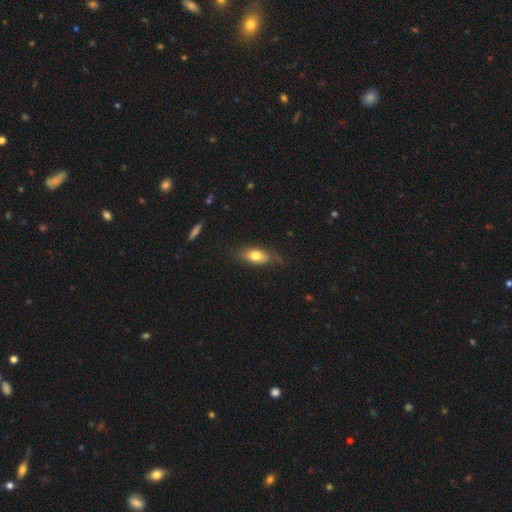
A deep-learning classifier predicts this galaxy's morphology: type=smooth (72%); roundness=in between (80%); merging=none (68%).